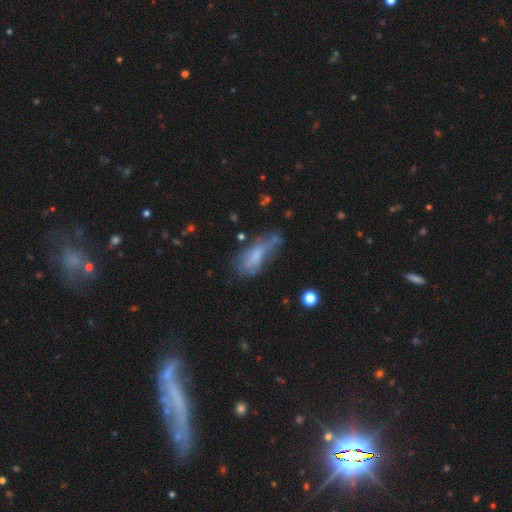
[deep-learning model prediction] Smooth or featured: smooth — 56% (featured or disk — 33%)
How rounded: in between — 65% (cigar-shaped — 32%)
Merging: none — 40% (minor disturbance — 31%)